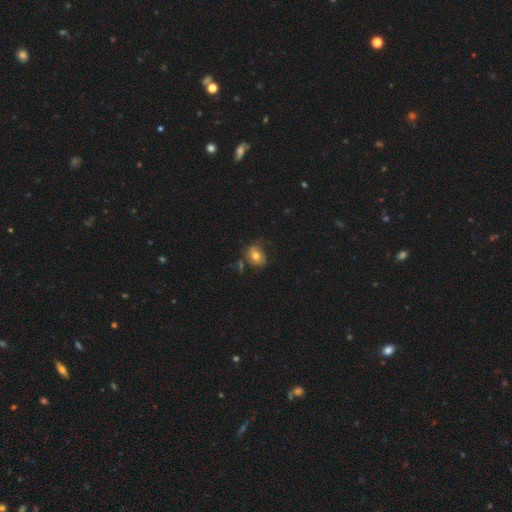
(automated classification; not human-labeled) smooth_or_featured: smooth (p=0.68) [alt: featured or disk p=0.22]
how_rounded: round (p=0.53) [alt: in between p=0.46]
merging: none (p=0.58) [alt: minor disturbance p=0.26]